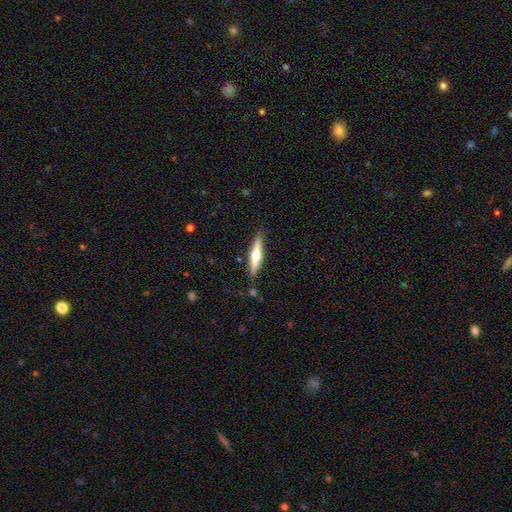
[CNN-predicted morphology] type=featured or disk (53%); edge-on=yes (95%); merging=none (87%).